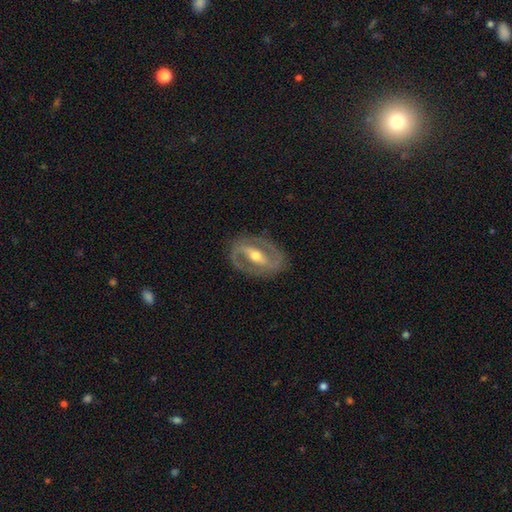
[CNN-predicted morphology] featured or disk 86%, smooth 9%, star or artifact 5%. Down the decision tree: edge-on disk — no (93%); bar — strong (61%); spiral arms — yes (82%); spiral arm count — 2 (88%); spiral winding — medium (45%); bulge size — moderate (65%); merging — none (84%).